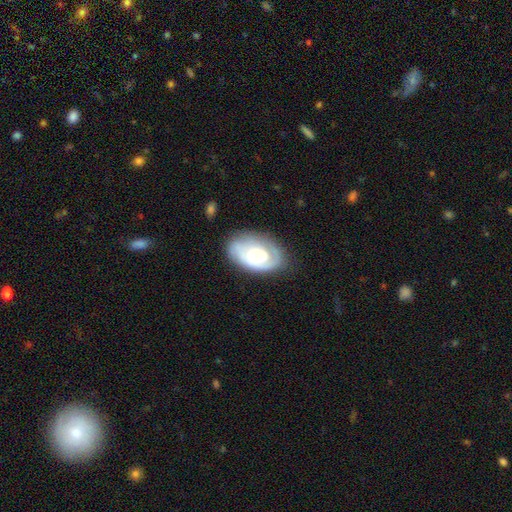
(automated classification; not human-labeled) smooth_or_featured: featured or disk (p=0.72) [alt: smooth p=0.23]
disk_edge_on: no (p=0.97) [alt: yes p=0.03]
bar: no (p=0.55) [alt: weak p=0.37]
has_spiral_arms: yes (p=0.89) [alt: no p=0.11]
spiral_winding: tight (p=0.58) [alt: medium p=0.32]
spiral_arm_count: 1 (p=0.34) [alt: 2 p=0.33]
bulge_size: moderate (p=0.41) [alt: large p=0.24]
merging: none (p=0.69) [alt: minor disturbance p=0.20]